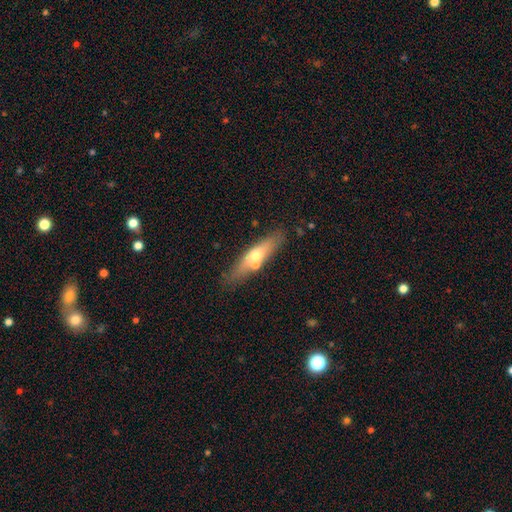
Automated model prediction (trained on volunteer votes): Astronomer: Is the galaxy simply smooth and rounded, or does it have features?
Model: smooth — 52% (runner-up: featured or disk, 42%).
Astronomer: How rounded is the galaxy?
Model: cigar-shaped — 66%.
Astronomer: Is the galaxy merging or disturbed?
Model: none — 72%.